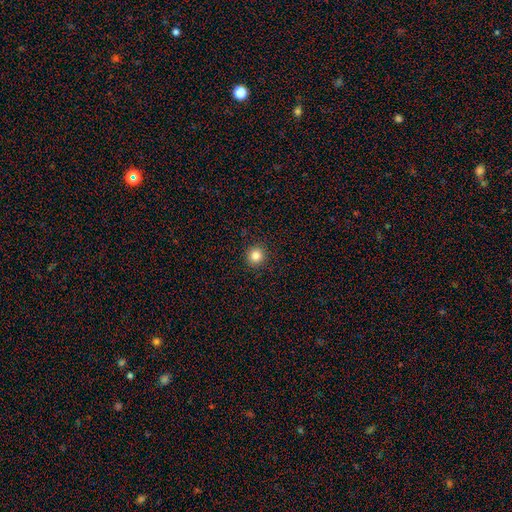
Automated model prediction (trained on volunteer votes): Smooth or featured? Predicted: smooth (p=0.84). How rounded? Predicted: round (p=0.95). Merging? Predicted: none (p=0.92).